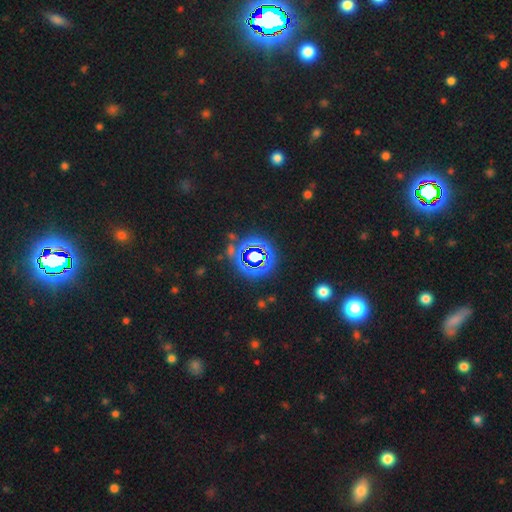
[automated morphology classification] A star or artifact, not a galaxy (71%).

Vote fractions:
- Smooth or featured? star or artifact: 71% / smooth: 20% / featured or disk: 8%